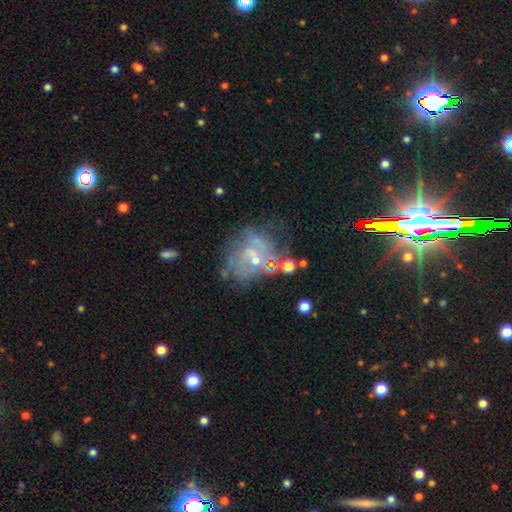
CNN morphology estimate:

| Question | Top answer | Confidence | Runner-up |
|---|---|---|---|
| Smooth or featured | featured or disk | 69% | smooth (16%) |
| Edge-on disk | no | 97% | yes (3%) |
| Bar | no | 53% | weak (37%) |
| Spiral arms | yes | 67% | no (33%) |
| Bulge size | small | 71% | moderate (19%) |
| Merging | none | 46% | major disturbance (24%) |